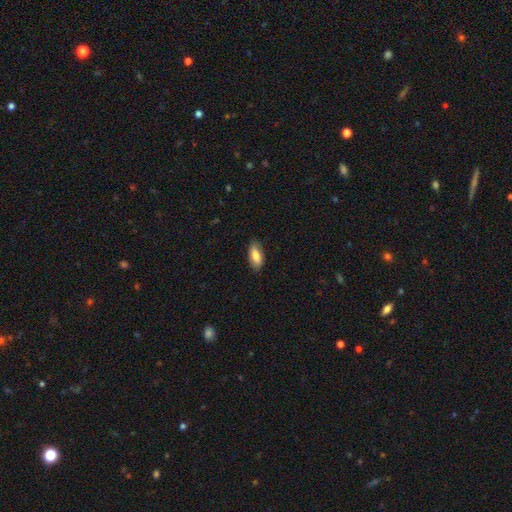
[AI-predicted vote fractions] Smooth or featured? Predicted: smooth (p=0.76). How rounded? Predicted: in between (p=0.83). Merging? Predicted: none (p=0.81).